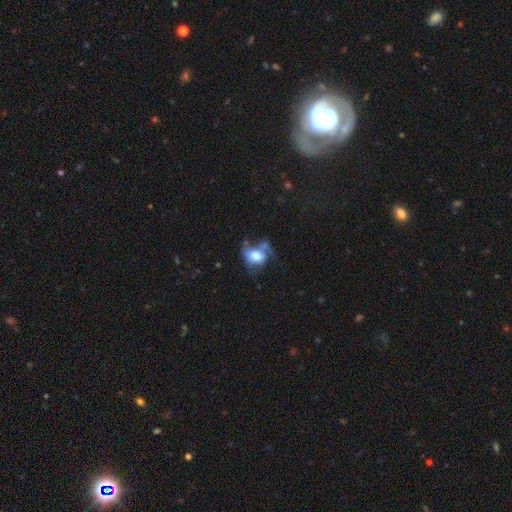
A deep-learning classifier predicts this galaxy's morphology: smooth_or_featured: smooth (p=0.62) [alt: featured or disk p=0.29]
how_rounded: in between (p=0.69) [alt: round p=0.29]
merging: major disturbance (p=0.32) [alt: none p=0.26]